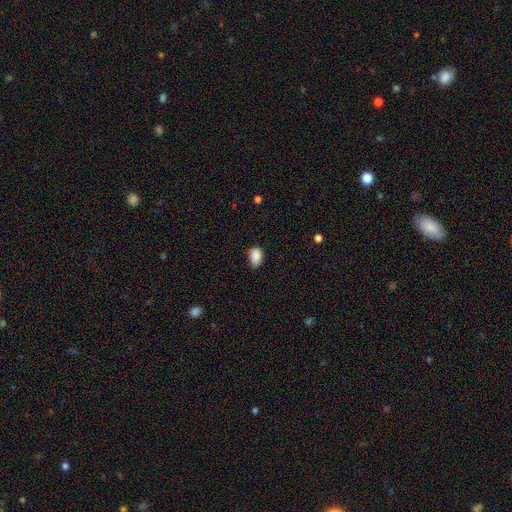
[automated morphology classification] Overall: smooth (89%). How rounded: in between (87%). Merging: none (72%).